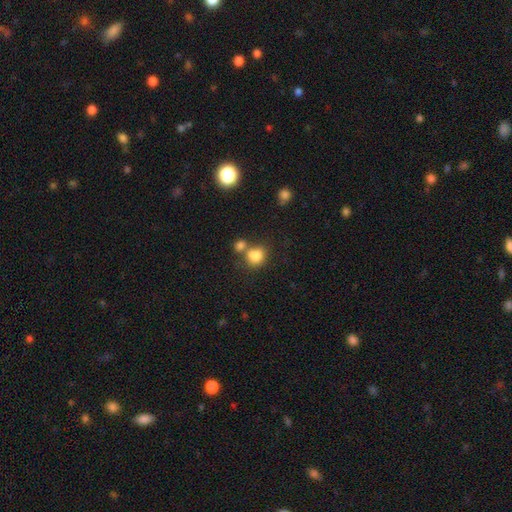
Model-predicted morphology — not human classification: Smooth or featured?
  - smooth: 82% *
  - star or artifact: 11%
  - featured or disk: 7%
How rounded?
  - round: 65% *
  - in between: 34%
  - cigar-shaped: 1%
Merging?
  - none: 44% *
  - merger: 39%
  - minor disturbance: 12%
  - major disturbance: 6%